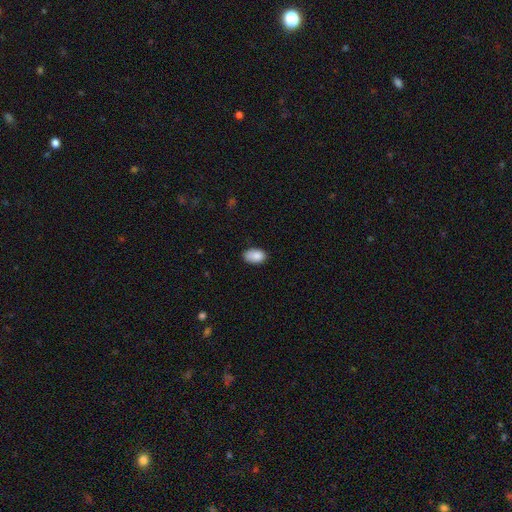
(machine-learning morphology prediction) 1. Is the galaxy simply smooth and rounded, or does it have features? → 88% smooth, 7% star or artifact, 5% featured or disk.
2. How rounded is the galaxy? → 91% in between, 8% round, 1% cigar-shaped.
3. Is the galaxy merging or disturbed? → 75% none, 20% minor disturbance, 3% major disturbance, 1% merger.